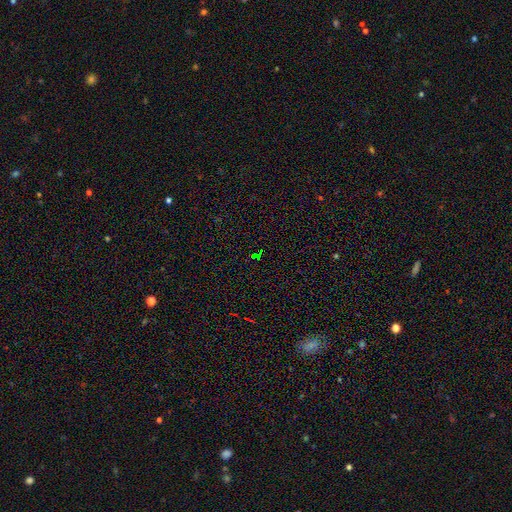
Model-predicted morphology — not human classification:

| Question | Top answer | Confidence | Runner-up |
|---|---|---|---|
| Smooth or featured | star or artifact | 75% | smooth (16%) |